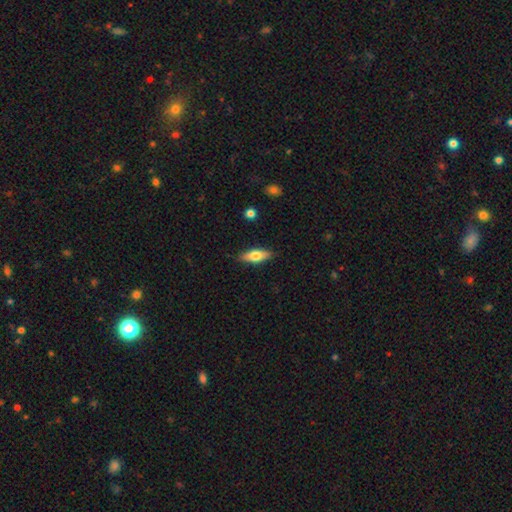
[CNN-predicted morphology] A smooth galaxy with no disk features (64%) that is in between round and cigar-shaped (65%). Merging: none (87%).